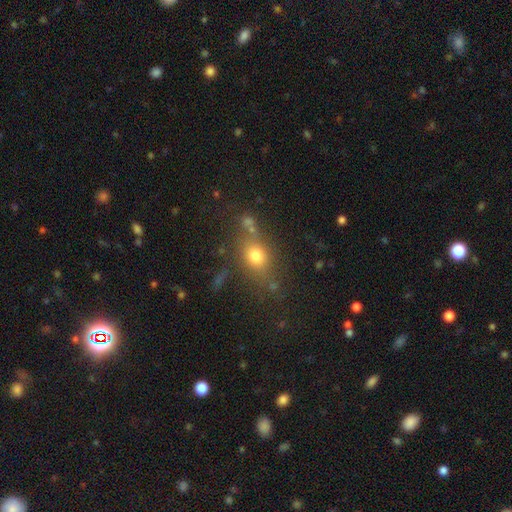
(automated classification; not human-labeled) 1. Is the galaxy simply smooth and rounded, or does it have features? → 70% smooth, 16% star or artifact, 13% featured or disk.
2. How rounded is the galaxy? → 50% round, 46% in between, 4% cigar-shaped.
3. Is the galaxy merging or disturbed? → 69% none, 15% minor disturbance, 10% merger, 7% major disturbance.